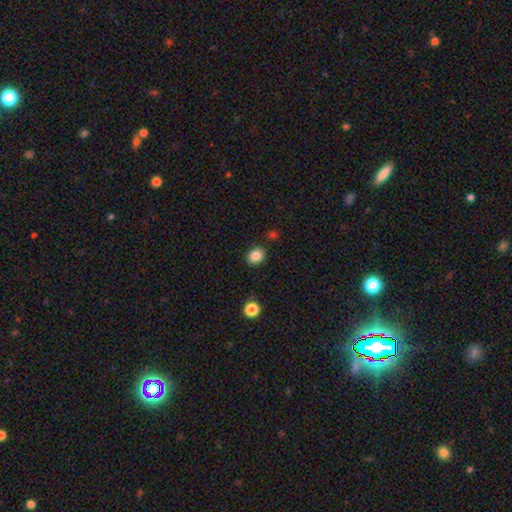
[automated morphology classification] Overall: smooth (85%). How rounded: round (51%; in between 48%). Merging: none (87%).